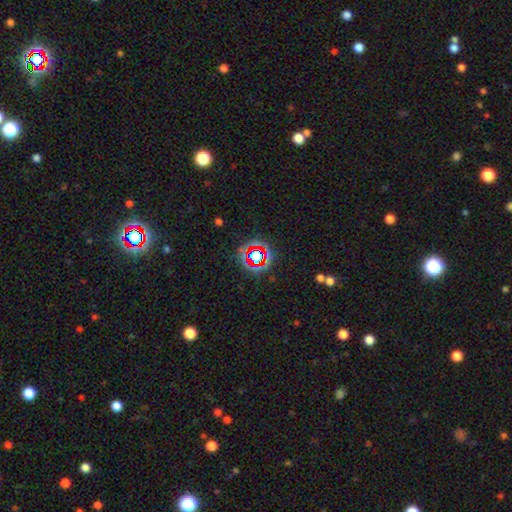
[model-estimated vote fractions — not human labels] Smooth or featured: star or artifact — 69% (smooth — 19%)